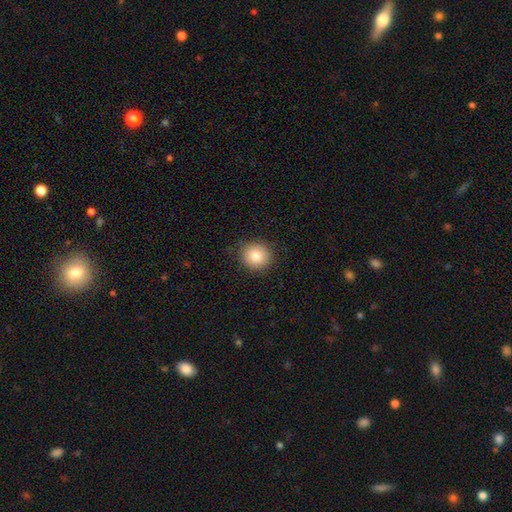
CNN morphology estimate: Q: Smooth or featured?
A: smooth (85%); runner-up: star or artifact (9%)
Q: How rounded?
A: round (88%); runner-up: in between (11%)
Q: Merging?
A: none (87%); runner-up: minor disturbance (10%)